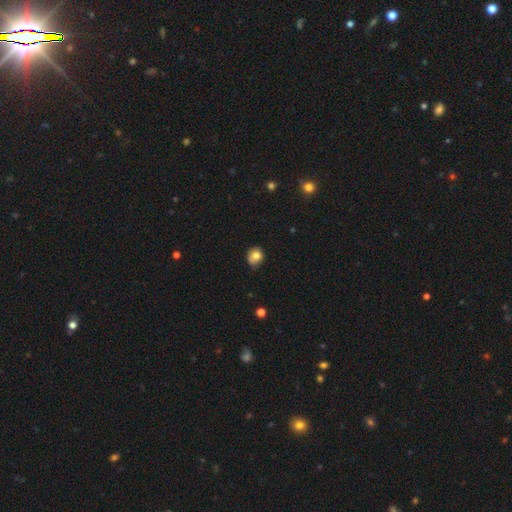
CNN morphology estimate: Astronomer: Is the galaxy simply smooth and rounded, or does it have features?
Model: smooth — 79%.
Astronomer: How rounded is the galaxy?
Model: round — 73%.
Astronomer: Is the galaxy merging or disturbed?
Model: none — 63%.